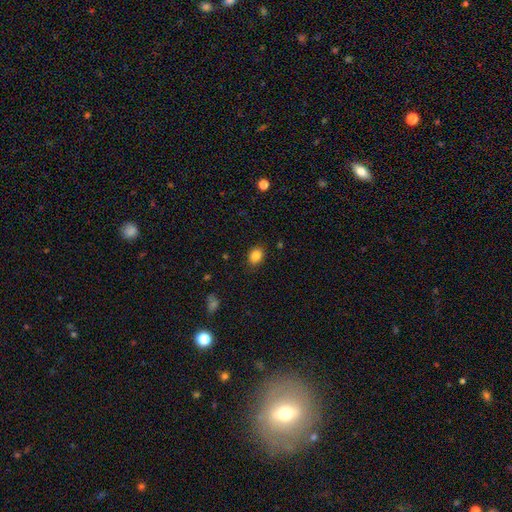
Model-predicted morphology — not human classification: Smooth or featured? smooth (85%)
How rounded? in between (57%)
Merging? none (85%)